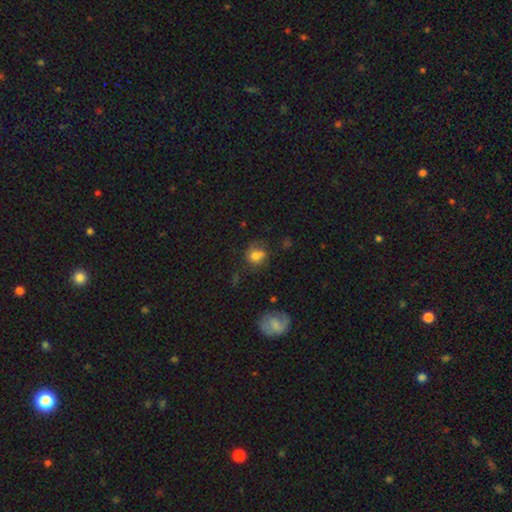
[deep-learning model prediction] A smooth galaxy with no disk features (67%) that is round (69%). Merging: none (47%).